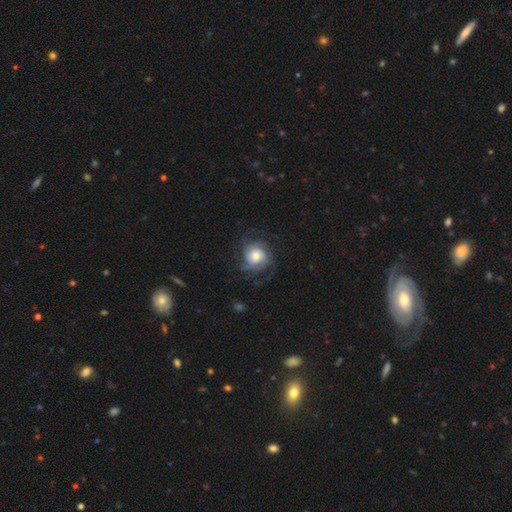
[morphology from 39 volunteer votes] This is likely a featured or disk galaxy (74%). It is clearly not viewed edge-on (100%). Bar: clearly no (93%). Spiral arm pattern: clearly yes (93%). Spiral arm count: marginally can't tell (44%). Spiral winding: marginally medium (44%). Central bulge: possibly moderate (48%). Merging: likely none (70%).